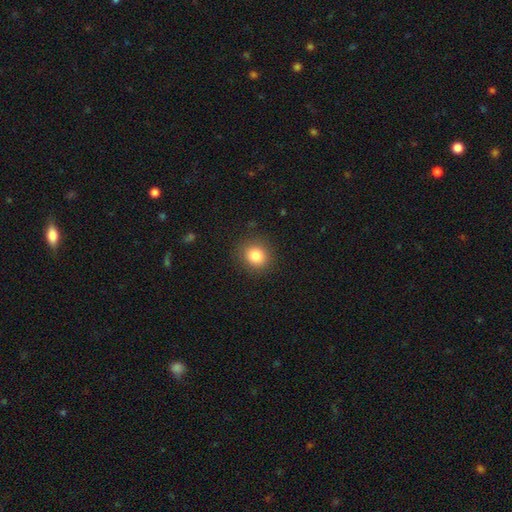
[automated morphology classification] Smooth or featured: smooth — 83% (star or artifact — 11%)
How rounded: round — 83% (in between — 17%)
Merging: none — 89% (minor disturbance — 7%)